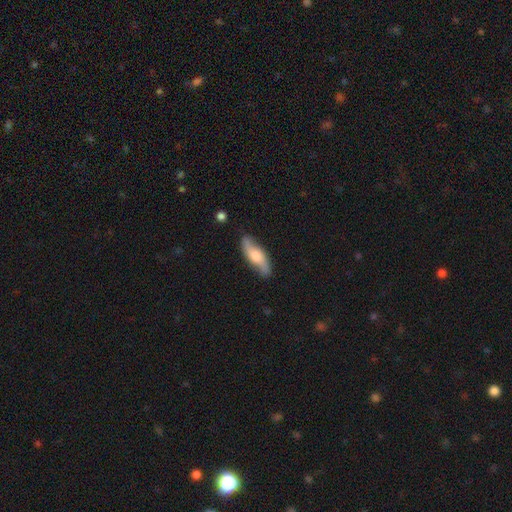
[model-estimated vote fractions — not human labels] This appears to be a featured or disk galaxy (54%). Merging: none (80%).